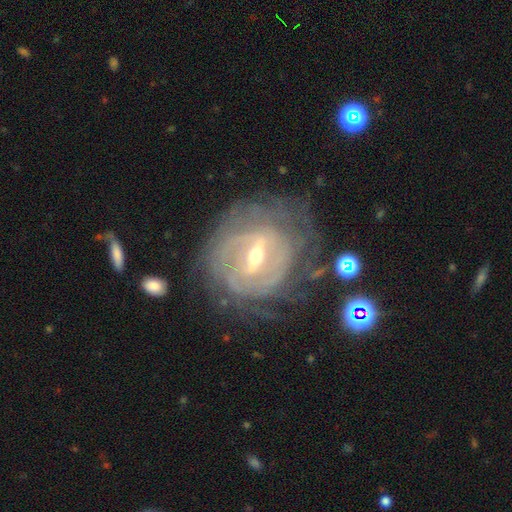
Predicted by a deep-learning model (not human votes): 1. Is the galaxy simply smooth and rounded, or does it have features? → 87% featured or disk, 7% smooth, 6% star or artifact.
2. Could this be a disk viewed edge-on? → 93% no, 7% yes.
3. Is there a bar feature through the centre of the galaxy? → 56% strong, 35% weak, 9% no.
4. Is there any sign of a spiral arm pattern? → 86% yes, 14% no.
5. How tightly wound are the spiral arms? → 76% tight, 18% medium, 6% loose.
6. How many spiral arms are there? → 53% can't tell, 14% 2, 11% 3, 11% 4, 7% more than 4, 5% 1.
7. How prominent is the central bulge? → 55% moderate, 40% small, 3% large, 1% none, 1% dominant.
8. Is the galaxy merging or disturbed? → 69% none, 18% minor disturbance, 11% major disturbance, 2% merger.